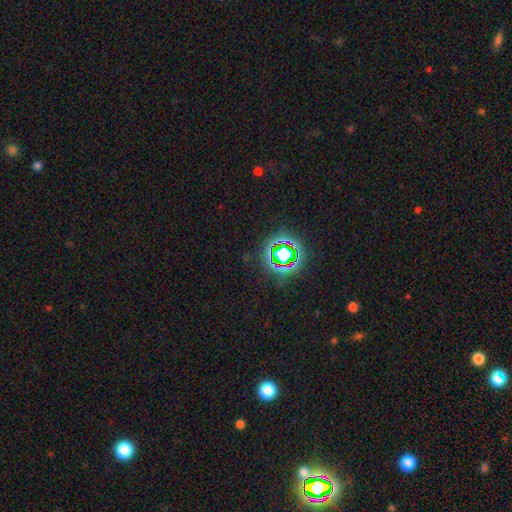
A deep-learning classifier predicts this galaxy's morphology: The model was most divided on "smooth or featured": star or artifact: 77%, smooth: 14%, featured or disk: 9%.